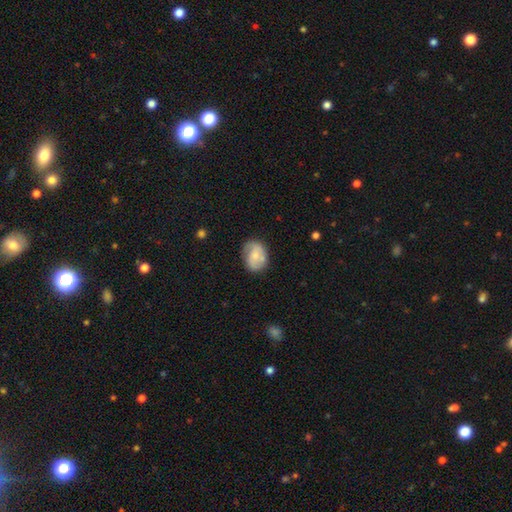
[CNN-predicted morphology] type=smooth (48%); merging=none (70%).